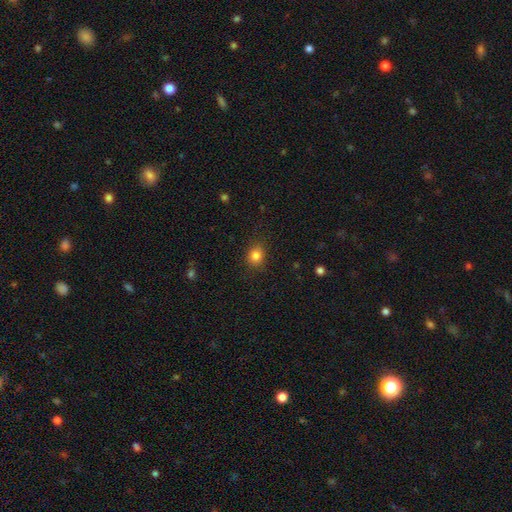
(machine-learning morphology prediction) This appears to be a smooth galaxy with no disk features (83%) that is round (67%). Merging: none (85%).